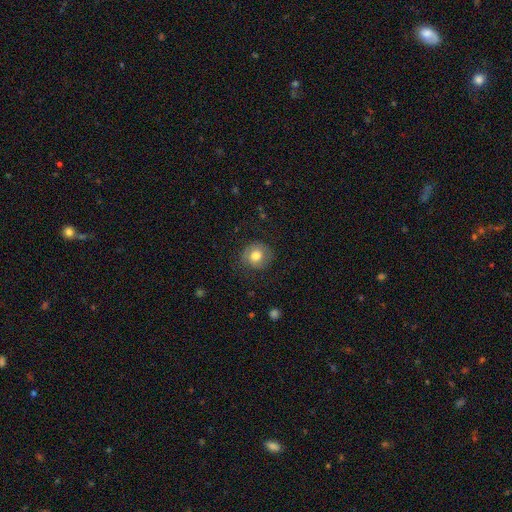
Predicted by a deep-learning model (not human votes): Q: Smooth or featured?
A: smooth (75%); runner-up: featured or disk (17%)
Q: How rounded?
A: round (85%); runner-up: in between (15%)
Q: Merging?
A: none (77%); runner-up: minor disturbance (16%)